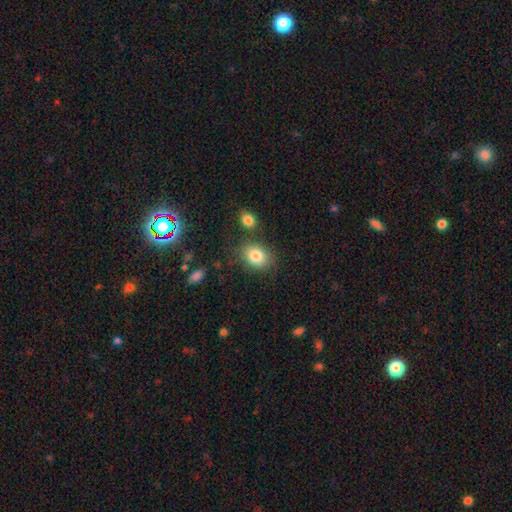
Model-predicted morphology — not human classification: A smooth galaxy with no disk features (83%) that is in between round and cigar-shaped (61%).

Vote fractions:
- Smooth or featured? smooth: 83% / star or artifact: 9% / featured or disk: 8%
- How rounded? in between: 61% / round: 38% / cigar-shaped: 1%
- Merging? none: 74% / minor disturbance: 14% / merger: 8% / major disturbance: 4%